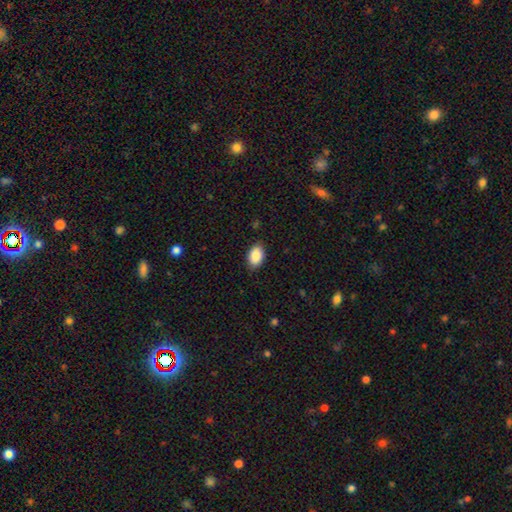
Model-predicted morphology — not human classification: A smooth galaxy with no disk features (88%) that is in between round and cigar-shaped (90%).

Vote fractions:
- Smooth or featured? smooth: 88% / star or artifact: 7% / featured or disk: 5%
- How rounded? in between: 90% / round: 9% / cigar-shaped: 1%
- Merging? none: 85% / minor disturbance: 12% / major disturbance: 2% / merger: 1%